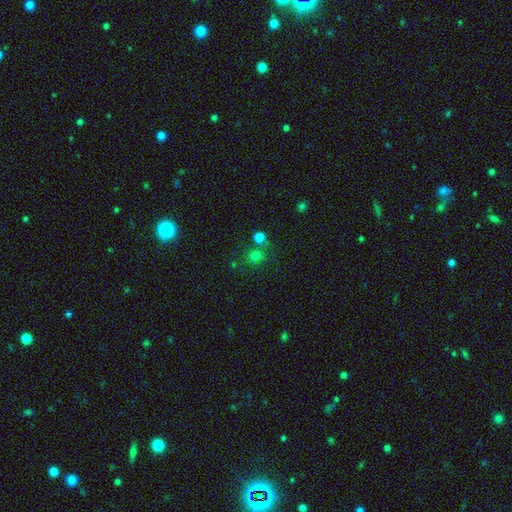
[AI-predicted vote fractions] smooth 74%, star or artifact 20%, featured or disk 7%. Down the decision tree: how rounded — round (90%); merging — none (69%).